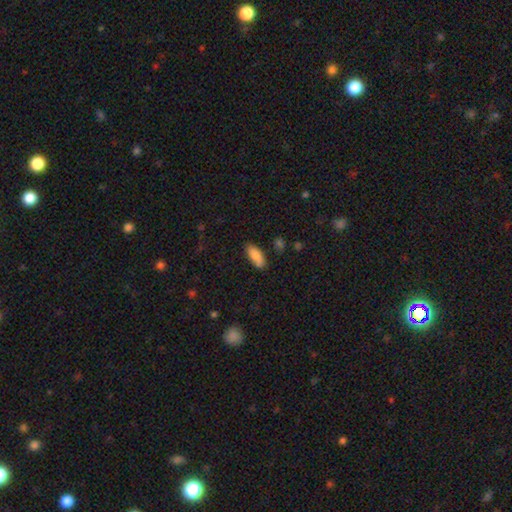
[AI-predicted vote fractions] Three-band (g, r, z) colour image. It shows a smooth galaxy with no disk features (84%) that is in between round and cigar-shaped (81%). Merging: none (77%).